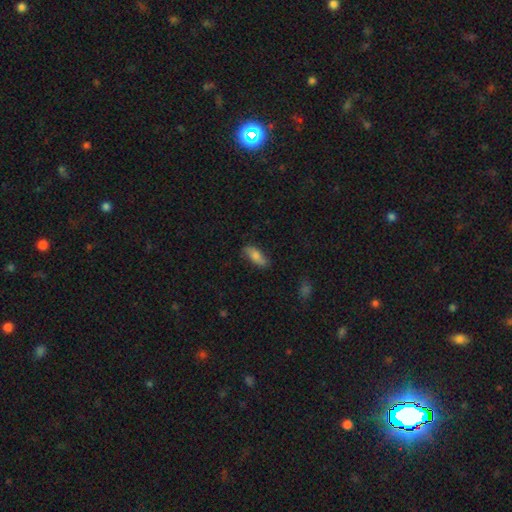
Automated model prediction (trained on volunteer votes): This is likely a smooth galaxy (74%). How rounded: likely in between (77%). Merging: likely none (78%).